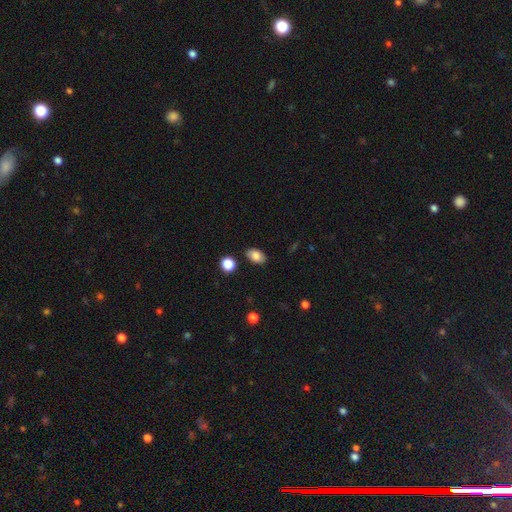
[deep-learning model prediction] smooth-or-featured: smooth: 83% | star or artifact: 9% | featured or disk: 8%
  how-rounded: in between: 87% | round: 12% | cigar-shaped: 1%
  merging: none: 86% | minor disturbance: 10% | merger: 2% | major disturbance: 2%